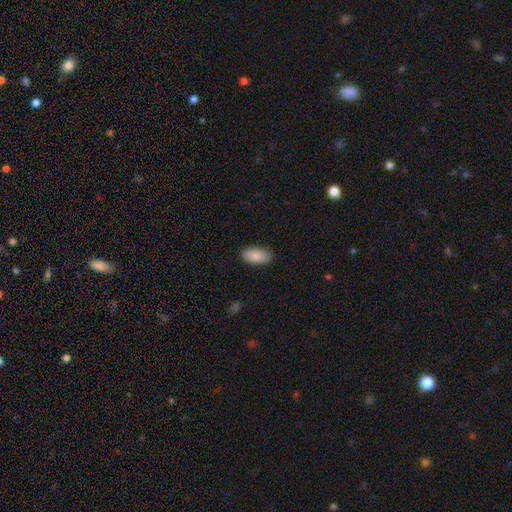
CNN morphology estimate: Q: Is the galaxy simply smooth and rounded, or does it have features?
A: smooth — 89%.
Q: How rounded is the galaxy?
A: in between — 94%.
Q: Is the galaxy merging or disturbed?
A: none — 87%.